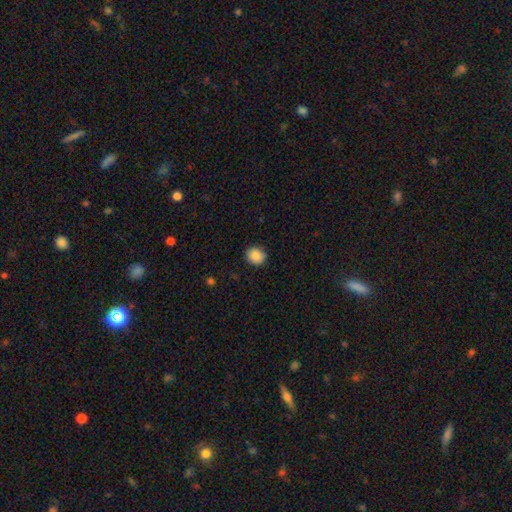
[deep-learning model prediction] A smooth galaxy with no disk features (88%) that is round (73%). Merging: none (87%).